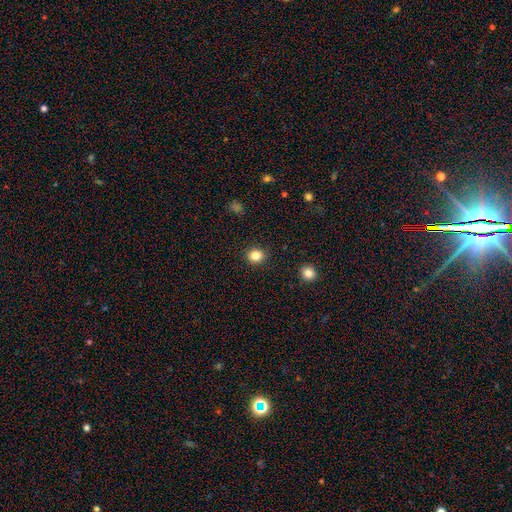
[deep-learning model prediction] This appears to be a smooth galaxy with no disk features (84%) that is round (74%). Merging: none (90%).